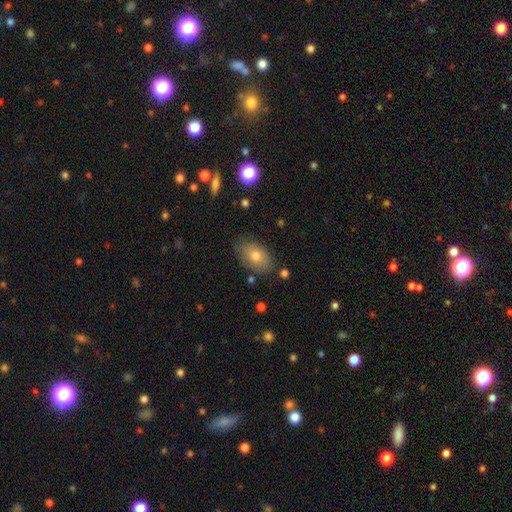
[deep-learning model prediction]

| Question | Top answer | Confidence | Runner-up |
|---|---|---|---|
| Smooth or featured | smooth | 72% | featured or disk (19%) |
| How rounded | in between | 90% | round (9%) |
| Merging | none | 79% | minor disturbance (15%) |